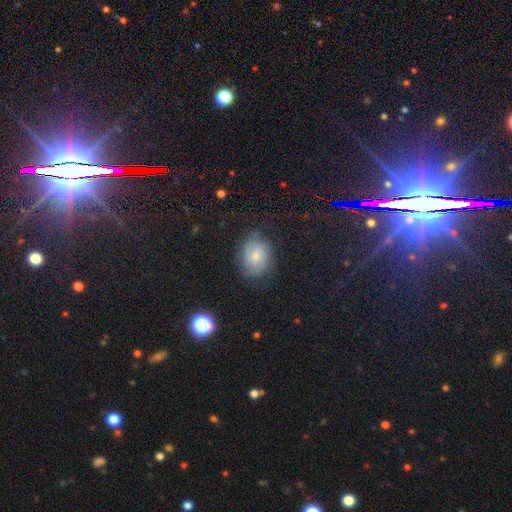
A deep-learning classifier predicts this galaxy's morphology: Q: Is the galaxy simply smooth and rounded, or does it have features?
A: smooth — 45%.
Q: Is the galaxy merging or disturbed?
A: none — 67%.